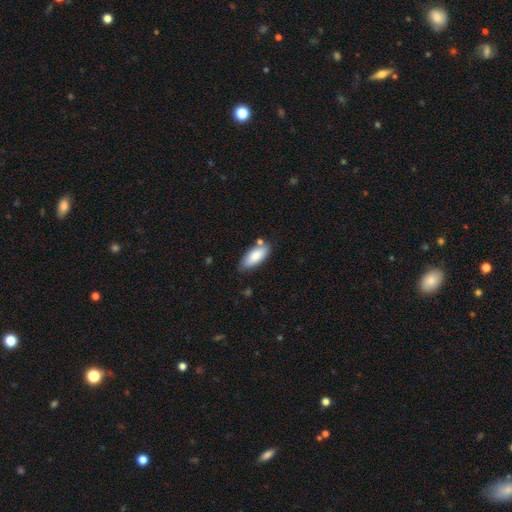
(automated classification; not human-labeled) Smooth or featured? Predicted: smooth (p=0.84). How rounded? Predicted: in between (p=0.82). Merging? Predicted: none (p=0.76).